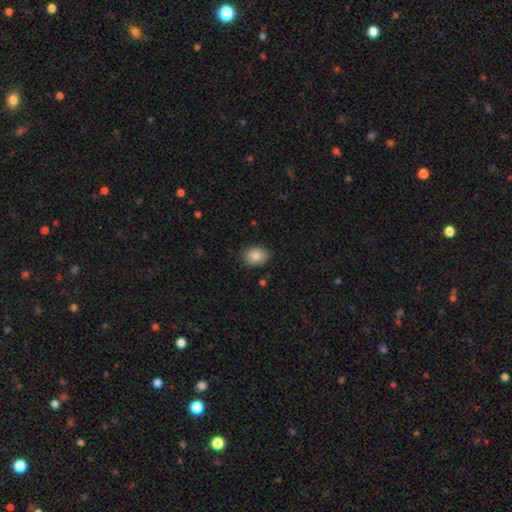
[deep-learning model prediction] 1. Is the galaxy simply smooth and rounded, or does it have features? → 84% smooth, 8% star or artifact, 8% featured or disk.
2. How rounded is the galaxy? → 66% in between, 33% round, 1% cigar-shaped.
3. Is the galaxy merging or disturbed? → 87% none, 10% minor disturbance, 2% major disturbance, 1% merger.